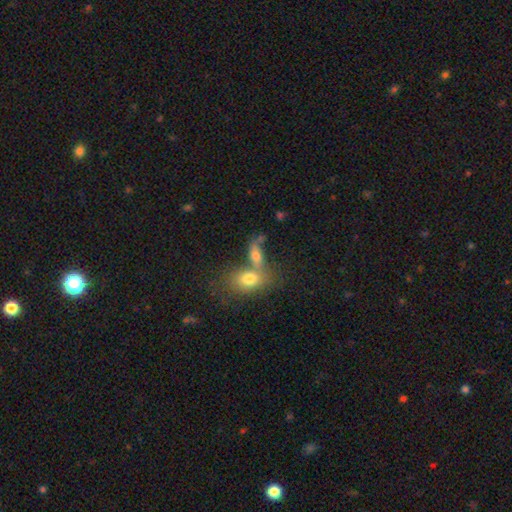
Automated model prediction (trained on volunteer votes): The model was most divided on "merging": merger: 54%, none: 30%, minor disturbance: 10%, major disturbance: 7%. More confident: how rounded — in between (75%); smooth or featured — smooth (66%).